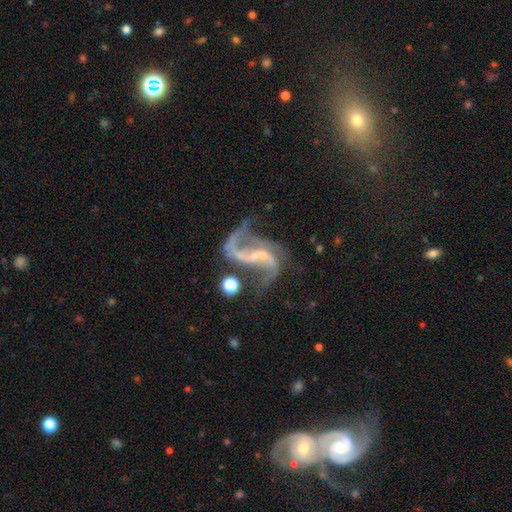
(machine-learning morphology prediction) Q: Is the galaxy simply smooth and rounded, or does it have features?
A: featured or disk — 90%.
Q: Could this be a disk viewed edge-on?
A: no — 98%.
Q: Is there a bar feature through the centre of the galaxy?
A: weak — 41%.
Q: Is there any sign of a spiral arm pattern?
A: yes — 96%.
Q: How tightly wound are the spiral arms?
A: loose — 71%.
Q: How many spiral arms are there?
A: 2 — 87%.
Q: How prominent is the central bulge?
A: small — 67%.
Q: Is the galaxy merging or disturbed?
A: none — 48%.